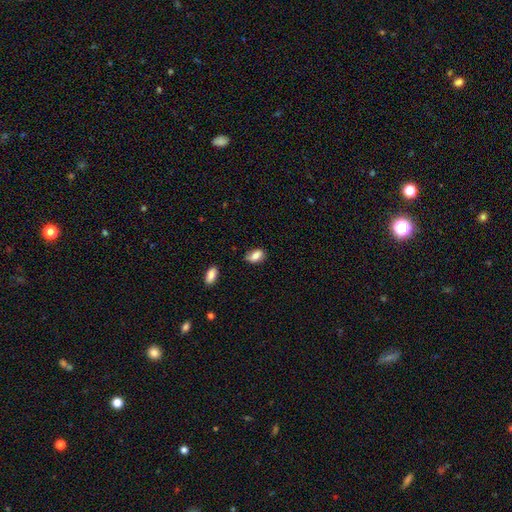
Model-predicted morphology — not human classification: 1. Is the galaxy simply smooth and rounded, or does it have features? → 84% smooth, 8% featured or disk, 8% star or artifact.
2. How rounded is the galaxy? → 88% in between, 9% round, 2% cigar-shaped.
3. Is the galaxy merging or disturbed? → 65% none, 27% minor disturbance, 5% major disturbance, 3% merger.